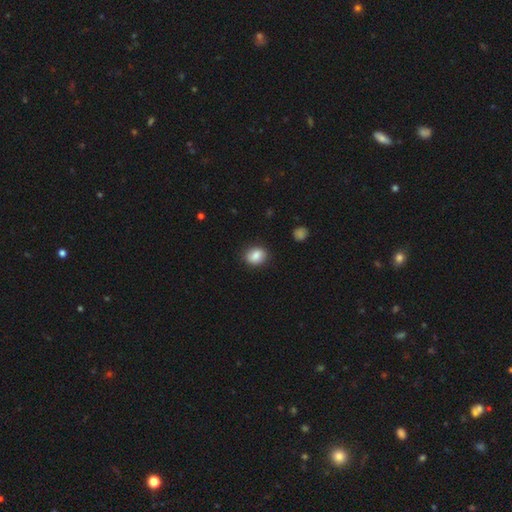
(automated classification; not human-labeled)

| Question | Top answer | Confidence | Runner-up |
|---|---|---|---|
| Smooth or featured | smooth | 86% | star or artifact (8%) |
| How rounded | in between | 53% | round (46%) |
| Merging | none | 85% | minor disturbance (11%) |